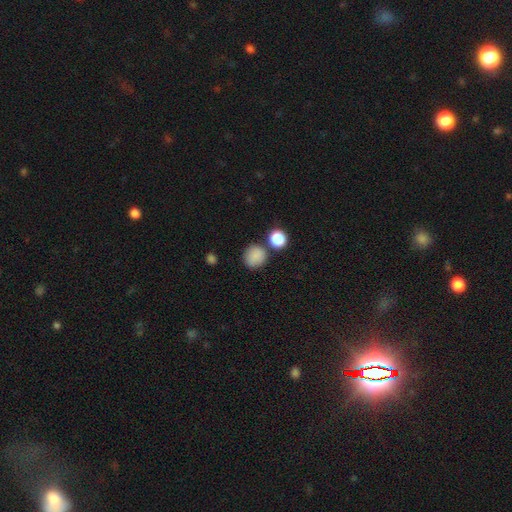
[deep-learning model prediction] Overall: smooth (84%). How rounded: round (86%). Merging: none (74%).